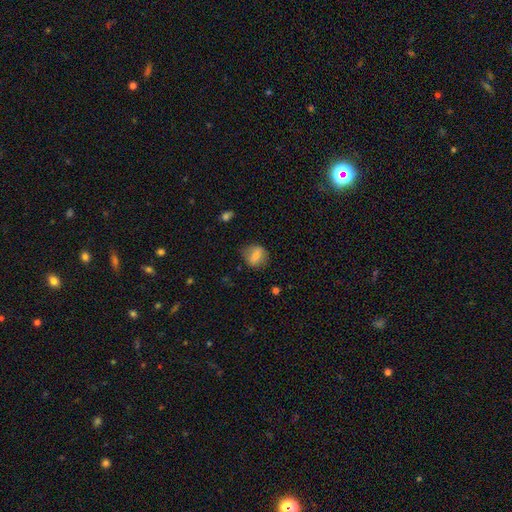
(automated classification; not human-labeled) A smooth galaxy with no disk features (62%) that is round (70%). Merging: none (79%).